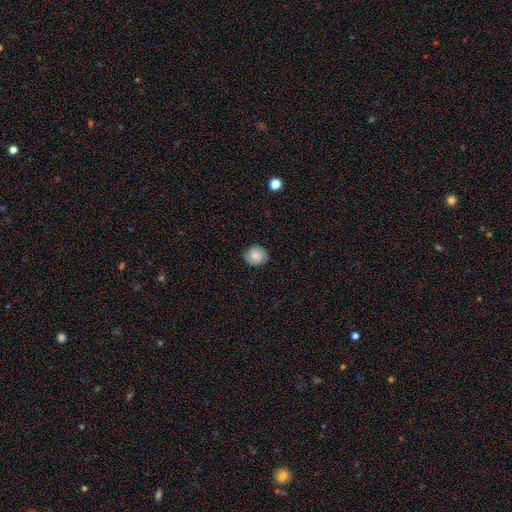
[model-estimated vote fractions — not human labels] This is likely a smooth galaxy (74%). How rounded: clearly round (88%). Merging: clearly none (86%).